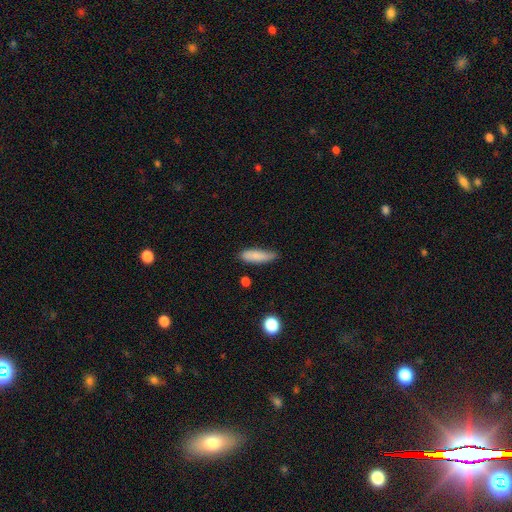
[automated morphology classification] This is clearly a smooth galaxy (84%). How rounded: possibly cigar-shaped (50%). Merging: likely none (68%).